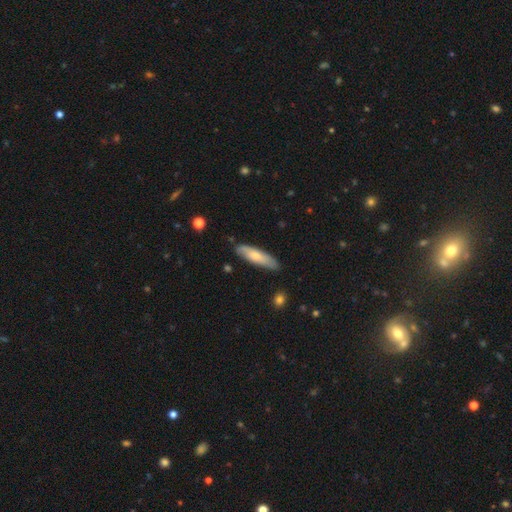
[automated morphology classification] Overall: smooth (66%; featured or disk 29%). How rounded: cigar-shaped (64%; in between 34%). Merging: none (80%).